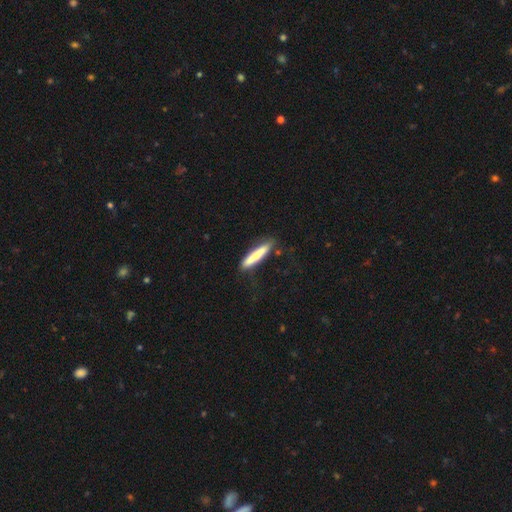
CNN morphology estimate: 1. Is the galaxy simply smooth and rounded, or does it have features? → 65% smooth, 30% featured or disk, 6% star or artifact.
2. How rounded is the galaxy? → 90% cigar-shaped, 8% in between, 1% round.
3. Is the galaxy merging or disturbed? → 78% none, 15% minor disturbance, 4% major disturbance, 3% merger.